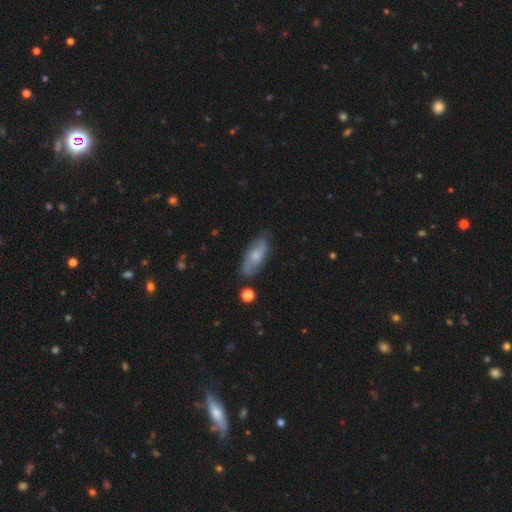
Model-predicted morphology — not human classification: A featured or disk galaxy (49%).

Vote fractions:
- Smooth or featured? featured or disk: 49% / smooth: 45% / star or artifact: 7%
- Merging? none: 78% / minor disturbance: 17% / major disturbance: 4% / merger: 2%